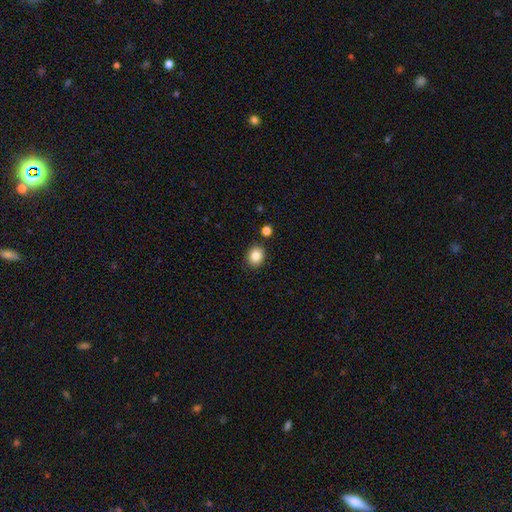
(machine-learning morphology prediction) Smooth or featured: smooth — 85% (star or artifact — 10%)
How rounded: round — 66% (in between — 33%)
Merging: none — 86% (minor disturbance — 8%)